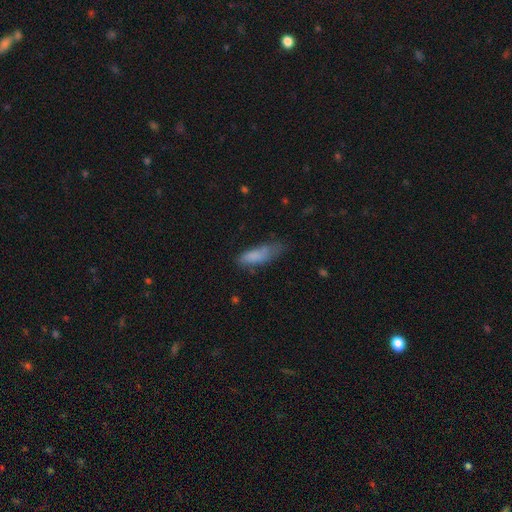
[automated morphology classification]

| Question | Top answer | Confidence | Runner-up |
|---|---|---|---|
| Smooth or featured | smooth | 79% | featured or disk (13%) |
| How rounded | in between | 57% | cigar-shaped (41%) |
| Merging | none | 42% | minor disturbance (36%) |